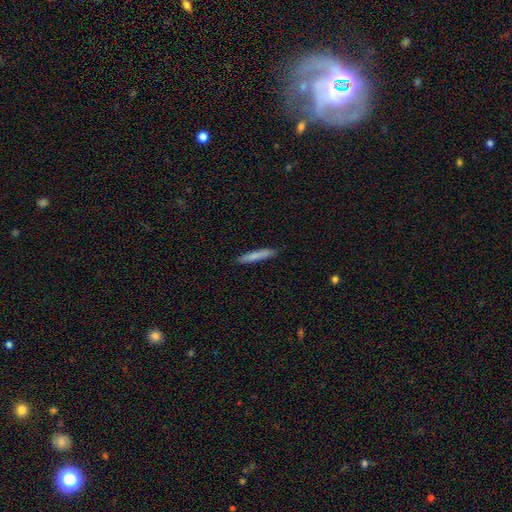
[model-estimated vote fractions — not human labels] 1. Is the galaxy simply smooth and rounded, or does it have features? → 77% smooth, 17% featured or disk, 6% star or artifact.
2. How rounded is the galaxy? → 95% cigar-shaped, 4% in between, 1% round.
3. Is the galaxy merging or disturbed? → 90% none, 8% minor disturbance, 2% major disturbance, 1% merger.